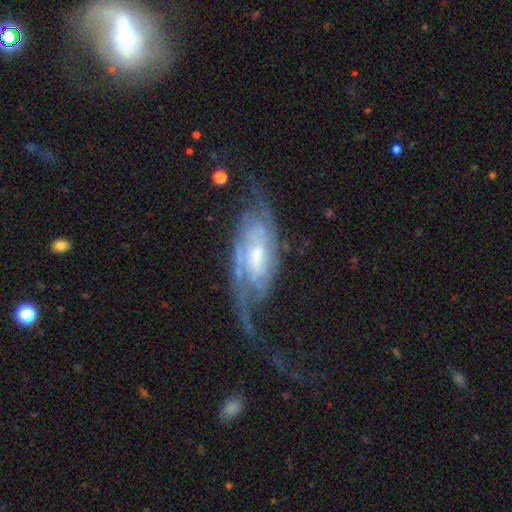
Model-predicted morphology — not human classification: A featured or disk galaxy (85%) with no bar (51%), 2 (59%) medium (41%) spiral arms (95%) and a moderate central bulge (48%). Merging: none (54%).